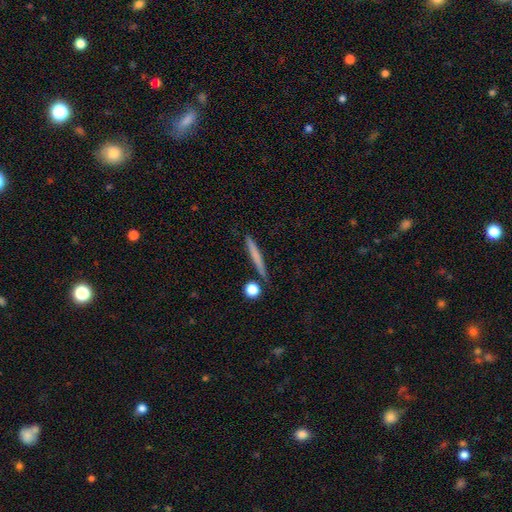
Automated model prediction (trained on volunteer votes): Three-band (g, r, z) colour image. It shows a smooth galaxy with no disk features (62%) that is cigar-shaped (94%). Merging: none (85%).